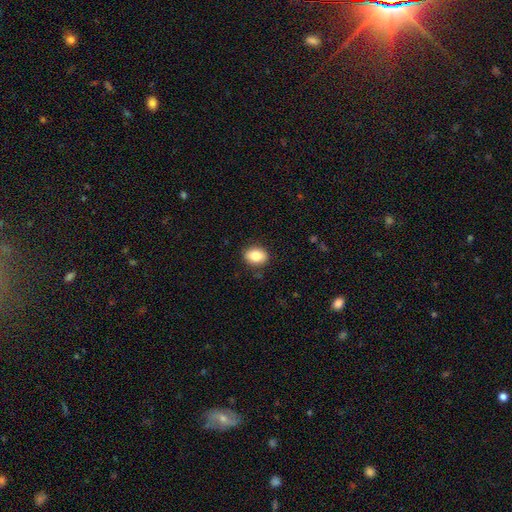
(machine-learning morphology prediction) Overall: smooth (83%). How rounded: in between (65%; round 34%). Merging: none (87%).